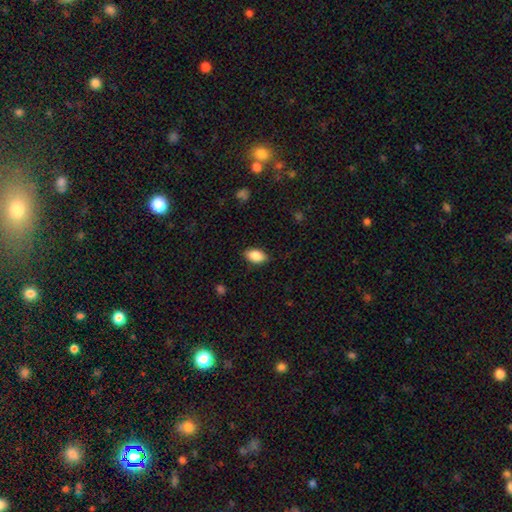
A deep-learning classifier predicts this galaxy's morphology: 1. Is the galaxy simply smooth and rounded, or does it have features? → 86% smooth, 7% star or artifact, 6% featured or disk.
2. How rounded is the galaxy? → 91% in between, 6% round, 3% cigar-shaped.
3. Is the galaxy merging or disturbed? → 85% none, 12% minor disturbance, 3% major disturbance, 1% merger.